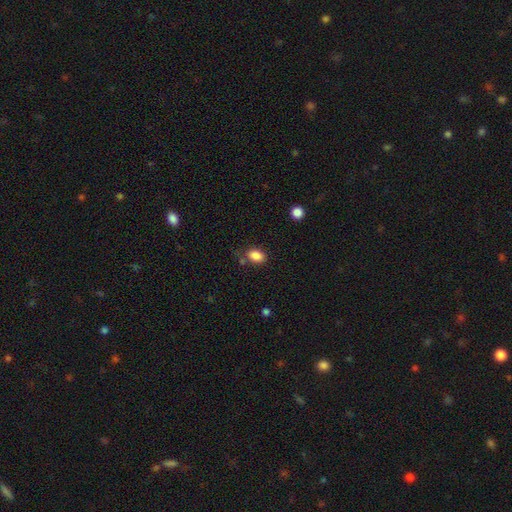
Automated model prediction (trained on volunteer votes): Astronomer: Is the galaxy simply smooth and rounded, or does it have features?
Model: smooth — 86%.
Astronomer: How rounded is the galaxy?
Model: in between — 77%.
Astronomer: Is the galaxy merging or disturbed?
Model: none — 72%.